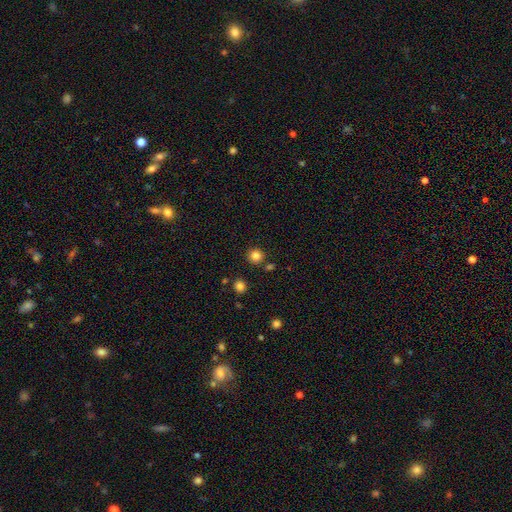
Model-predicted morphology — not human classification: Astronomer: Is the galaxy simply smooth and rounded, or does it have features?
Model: smooth — 83%.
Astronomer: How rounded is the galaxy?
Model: round — 93%.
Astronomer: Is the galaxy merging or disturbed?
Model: none — 86%.